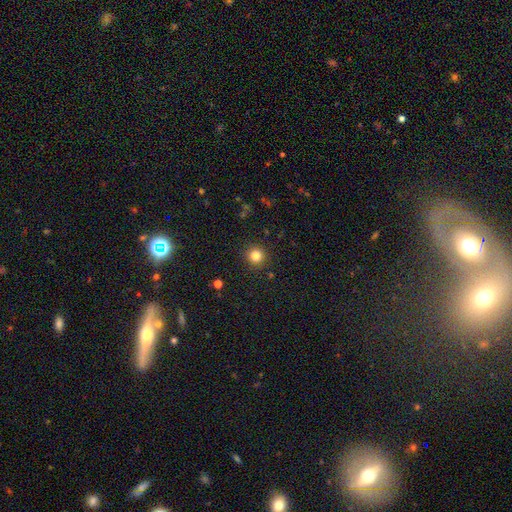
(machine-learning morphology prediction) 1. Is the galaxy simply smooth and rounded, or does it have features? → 82% smooth, 13% star or artifact, 5% featured or disk.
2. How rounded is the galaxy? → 95% round, 4% in between, 1% cigar-shaped.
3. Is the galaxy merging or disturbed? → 91% none, 5% minor disturbance, 2% major disturbance, 1% merger.